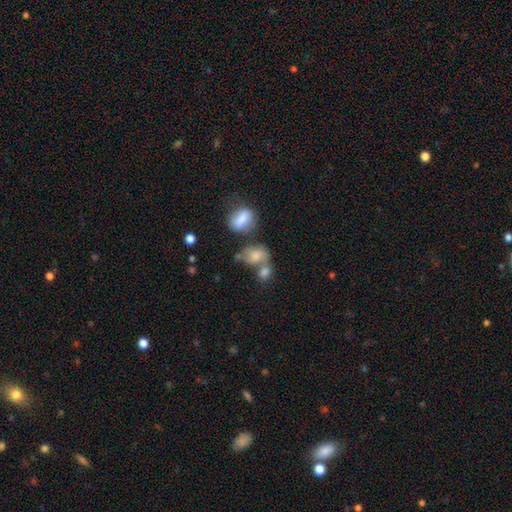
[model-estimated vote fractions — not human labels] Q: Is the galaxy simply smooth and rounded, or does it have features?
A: smooth — 64%.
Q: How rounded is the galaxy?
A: in between — 62%.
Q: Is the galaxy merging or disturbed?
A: merger — 46%.